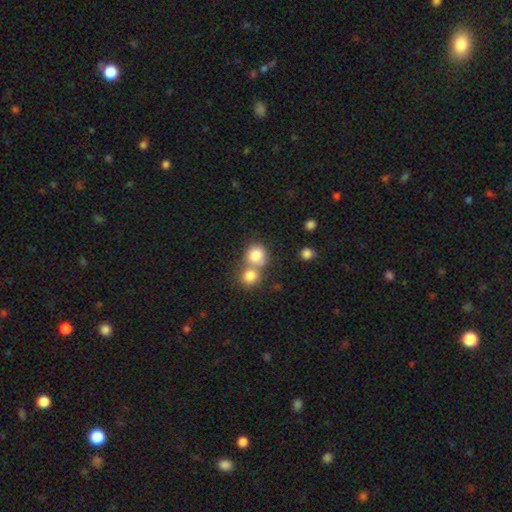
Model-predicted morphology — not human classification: A smooth galaxy with no disk features (81%) that is round (83%). Merging: merger (51%).